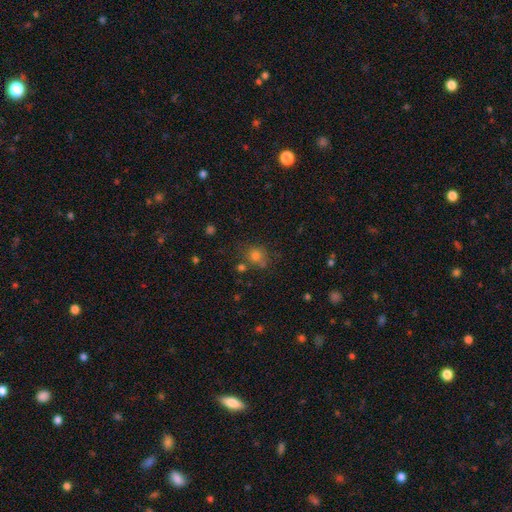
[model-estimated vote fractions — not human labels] Smooth or featured? smooth (71%)
How rounded? round (77%)
Merging? none (66%)